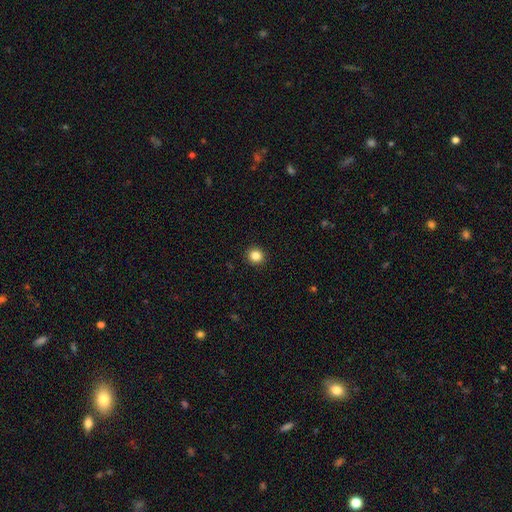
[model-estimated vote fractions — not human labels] smooth 85%, star or artifact 11%, featured or disk 4%. Down the decision tree: how rounded — round (92%); merging — none (93%).